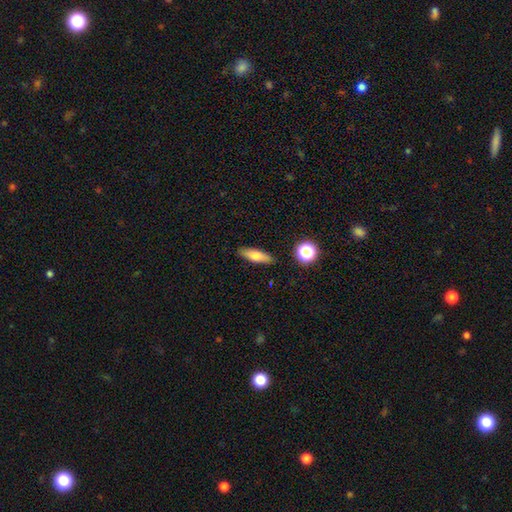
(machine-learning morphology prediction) smooth_or_featured: smooth (p=0.73) [alt: featured or disk p=0.19]
how_rounded: cigar-shaped (p=0.52) [alt: in between p=0.44]
merging: none (p=0.87) [alt: minor disturbance p=0.09]